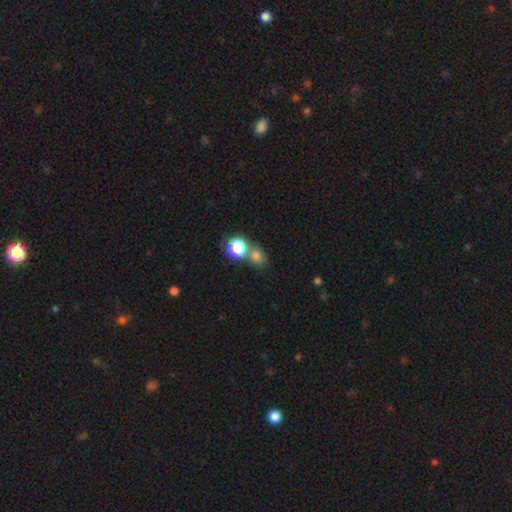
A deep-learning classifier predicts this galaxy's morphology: The model was most divided on "merging": none: 54%, merger: 33%, minor disturbance: 9%, major disturbance: 5%. More confident: smooth or featured — smooth (72%); how rounded — round (70%).